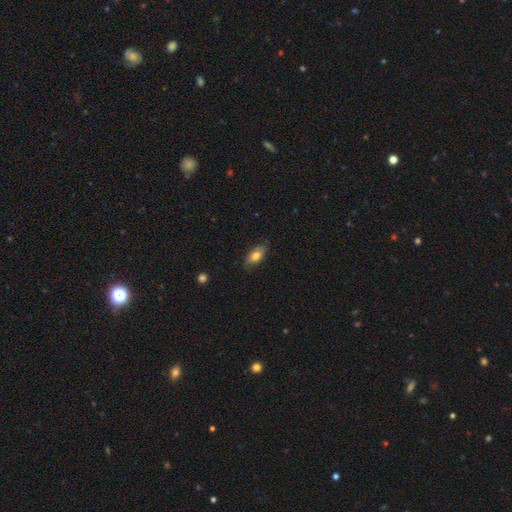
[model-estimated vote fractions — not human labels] Q: Smooth or featured?
A: smooth (75%); runner-up: featured or disk (18%)
Q: How rounded?
A: in between (88%); runner-up: cigar-shaped (8%)
Q: Merging?
A: none (81%); runner-up: minor disturbance (16%)